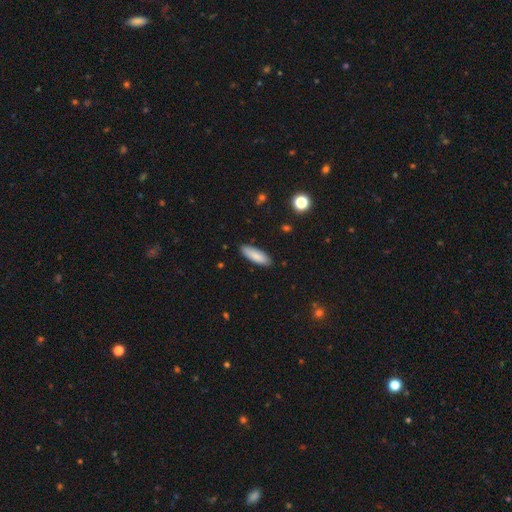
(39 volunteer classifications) smooth_or_featured: smooth (p=0.72) [alt: featured or disk p=0.18]
how_rounded: in between (p=0.64) [alt: cigar-shaped p=0.36]
merging: none (p=0.86) [alt: minor disturbance p=0.11]